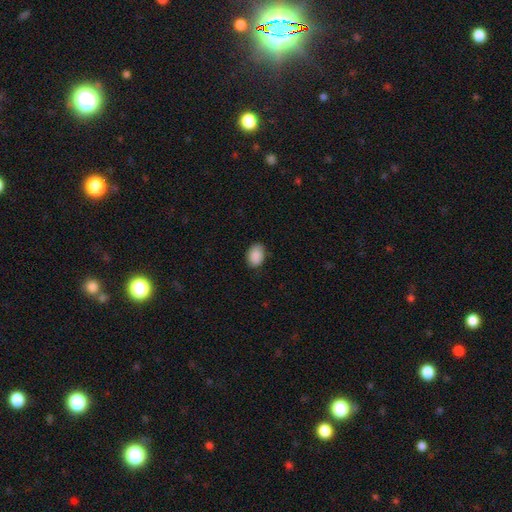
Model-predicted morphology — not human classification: This is clearly a smooth galaxy (90%). How rounded: clearly in between (81%). Merging: clearly none (82%).